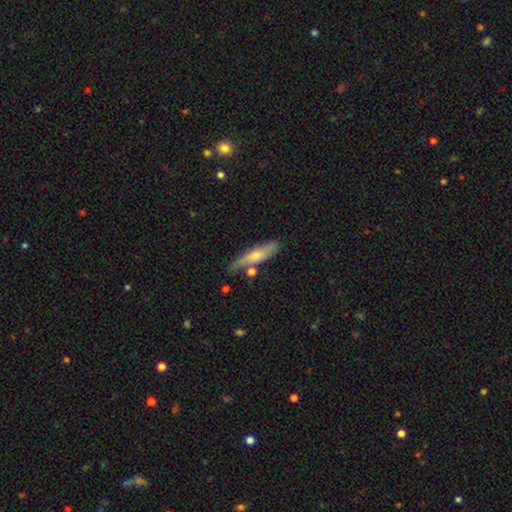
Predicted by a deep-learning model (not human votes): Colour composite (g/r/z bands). It shows a smooth galaxy with no disk features (61%) that is cigar-shaped (72%). Merging: none (61%).